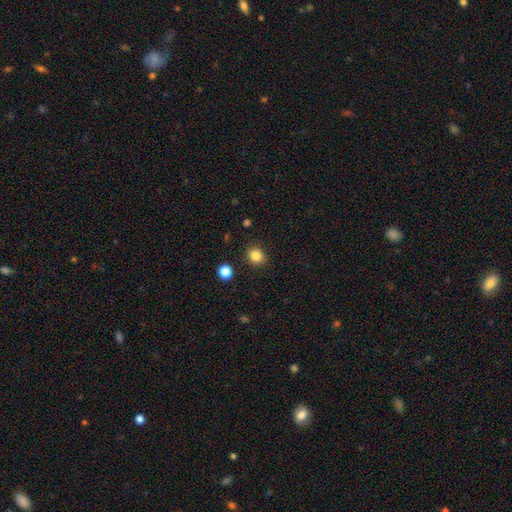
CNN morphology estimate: smooth-or-featured: smooth: 84% | star or artifact: 11% | featured or disk: 4%
  how-rounded: round: 74% | in between: 25% | cigar-shaped: 1%
  merging: none: 88% | minor disturbance: 8% | major disturbance: 2% | merger: 2%